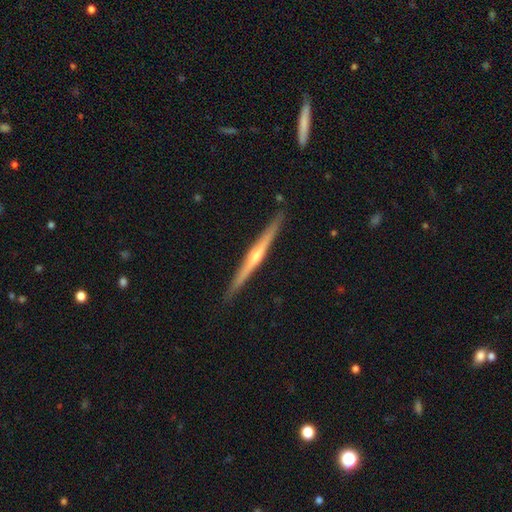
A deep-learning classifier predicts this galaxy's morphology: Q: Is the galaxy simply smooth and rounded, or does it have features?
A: featured or disk — 81%.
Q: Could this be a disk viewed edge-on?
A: yes — 98%.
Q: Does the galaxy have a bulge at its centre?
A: rounded — 83%.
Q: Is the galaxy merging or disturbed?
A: none — 91%.